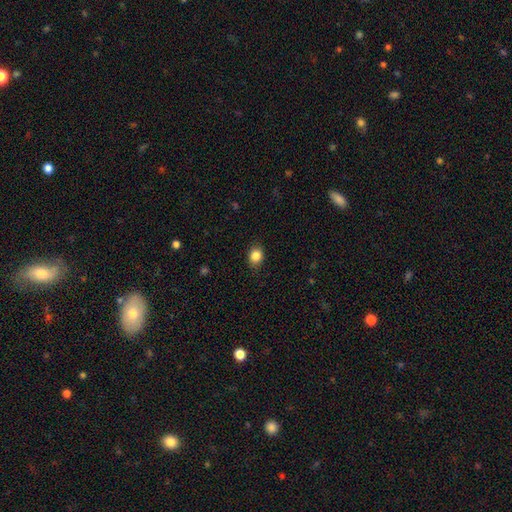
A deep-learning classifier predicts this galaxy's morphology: Smooth or featured? smooth (85%)
How rounded? round (59%)
Merging? none (84%)